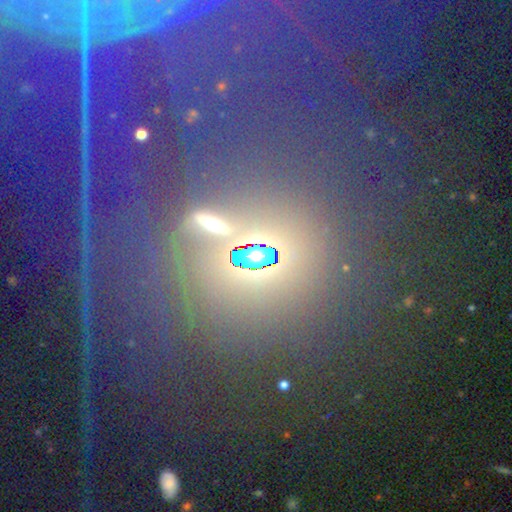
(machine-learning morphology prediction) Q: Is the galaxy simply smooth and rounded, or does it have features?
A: star or artifact — 50%.